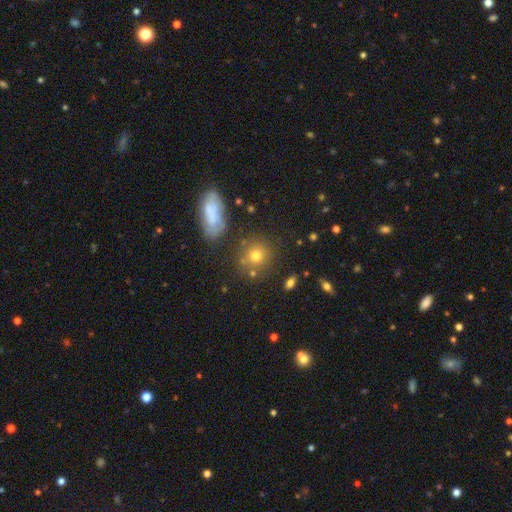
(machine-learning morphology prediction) Smooth or featured: smooth — 72% (star or artifact — 15%)
How rounded: round — 82% (in between — 16%)
Merging: none — 76% (minor disturbance — 12%)